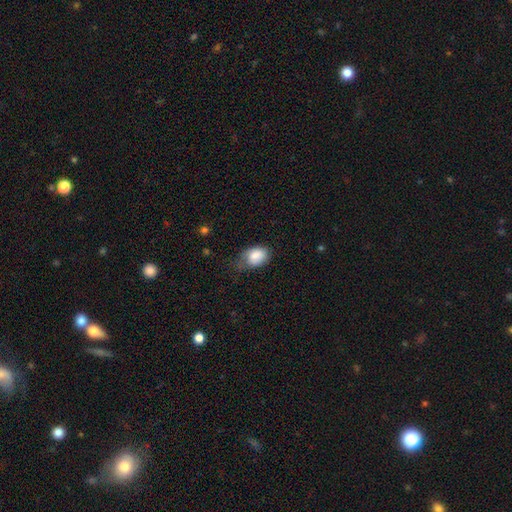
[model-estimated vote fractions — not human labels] Smooth or featured? Predicted: smooth (p=0.82). How rounded? Predicted: in between (p=0.80). Merging? Predicted: none (p=0.40, tied with minor disturbance).